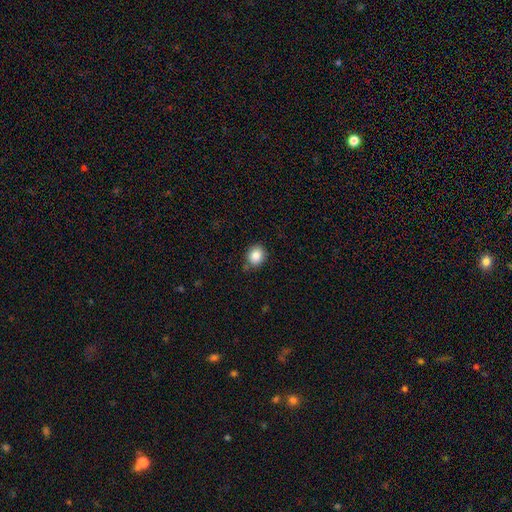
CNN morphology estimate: Smooth or featured? smooth (85%)
How rounded? round (74%)
Merging? none (83%)